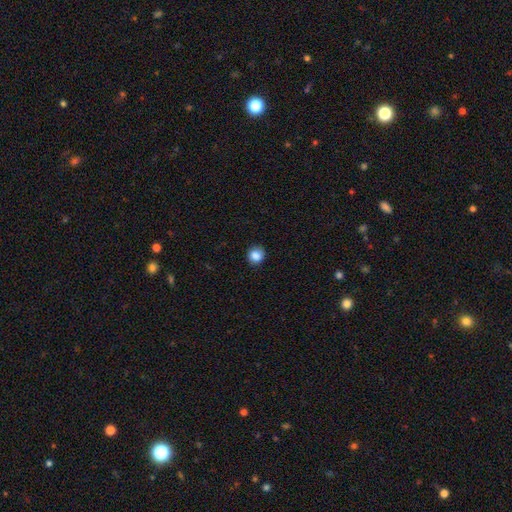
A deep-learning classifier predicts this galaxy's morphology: Smooth or featured: smooth — 86% (star or artifact — 10%)
How rounded: round — 88% (in between — 11%)
Merging: none — 86% (minor disturbance — 10%)